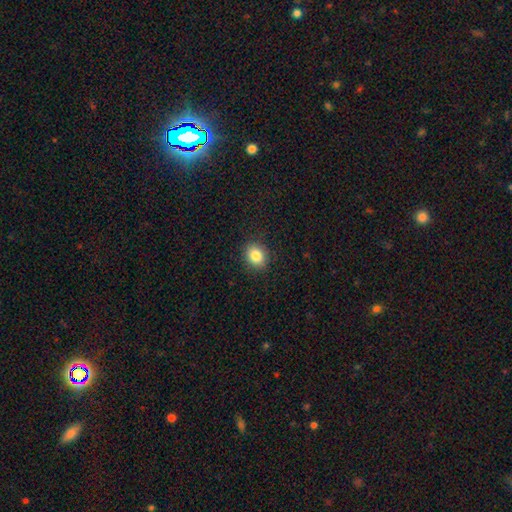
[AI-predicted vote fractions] A smooth galaxy with no disk features (85%) that is round (62%). Merging: none (89%).